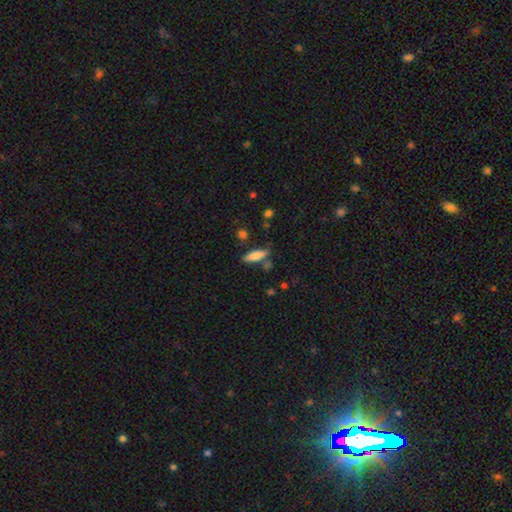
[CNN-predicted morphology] smooth-or-featured: smooth: 77% | featured or disk: 16% | star or artifact: 7%
  how-rounded: cigar-shaped: 55% | in between: 42% | round: 2%
  merging: none: 74% | minor disturbance: 14% | merger: 8% | major disturbance: 4%